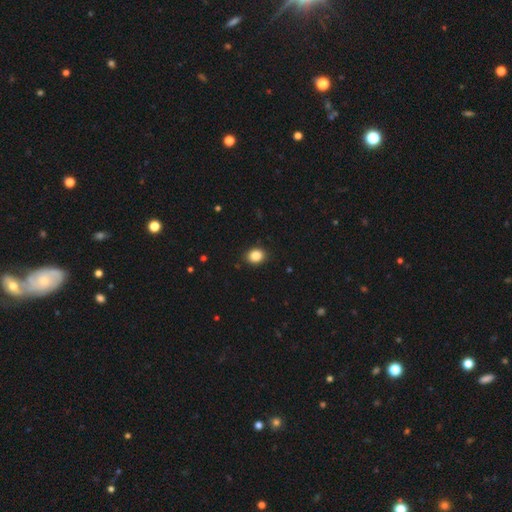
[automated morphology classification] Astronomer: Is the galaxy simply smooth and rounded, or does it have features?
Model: smooth — 87%.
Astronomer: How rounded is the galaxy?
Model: round — 61% (runner-up: in between, 38%).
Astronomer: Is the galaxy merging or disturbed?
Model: none — 89%.